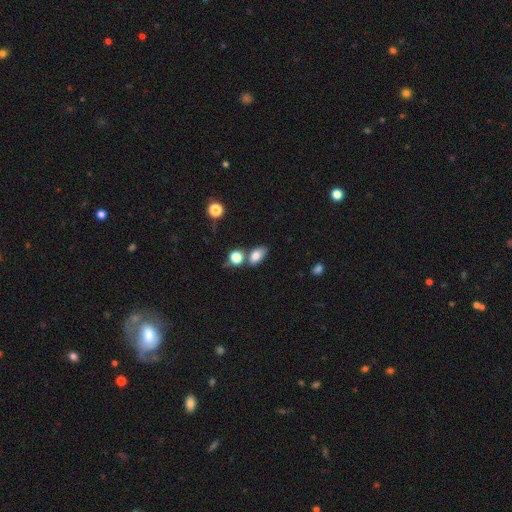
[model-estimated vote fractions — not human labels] Smooth or featured?
  - smooth: 78% *
  - featured or disk: 12%
  - star or artifact: 10%
How rounded?
  - in between: 86% *
  - round: 11%
  - cigar-shaped: 2%
Merging?
  - none: 57% *
  - merger: 22%
  - minor disturbance: 16%
  - major disturbance: 5%